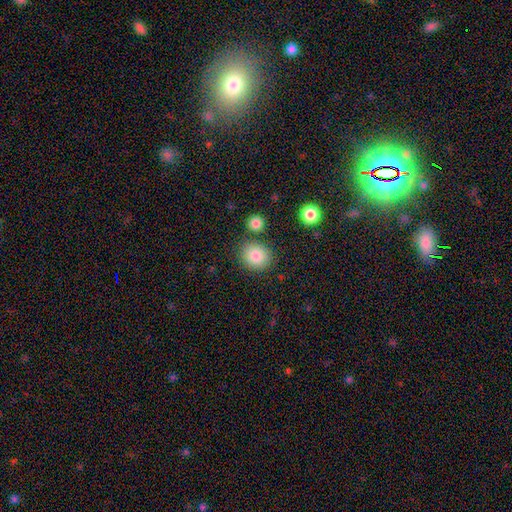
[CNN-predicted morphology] Smooth or featured: smooth — 84% (star or artifact — 9%)
How rounded: round — 74% (in between — 25%)
Merging: none — 78% (minor disturbance — 10%)